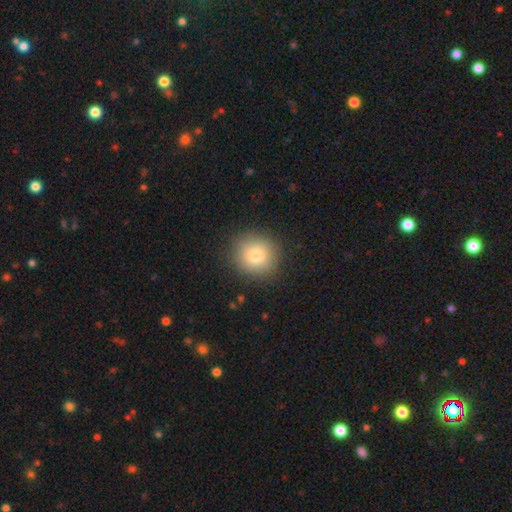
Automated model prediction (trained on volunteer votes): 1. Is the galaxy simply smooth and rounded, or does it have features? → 79% smooth, 11% star or artifact, 10% featured or disk.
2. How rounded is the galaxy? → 91% round, 8% in between, 1% cigar-shaped.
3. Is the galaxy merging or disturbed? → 88% none, 8% minor disturbance, 3% major disturbance, 1% merger.